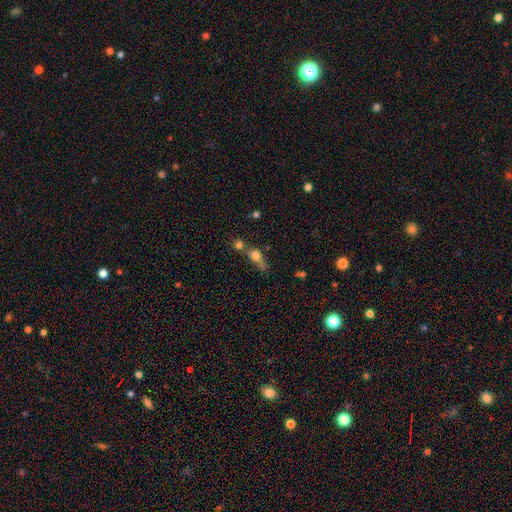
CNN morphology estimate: smooth 71%, featured or disk 16%, star or artifact 13%. Down the decision tree: how rounded — round (43%); merging — merger (47%).